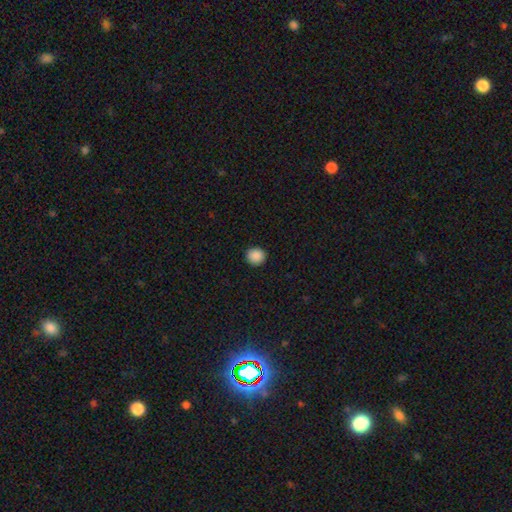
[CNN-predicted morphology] The model was most divided on "smooth or featured": smooth: 89%, star or artifact: 9%, featured or disk: 2%. More confident: merging — none (92%); how rounded — round (91%).